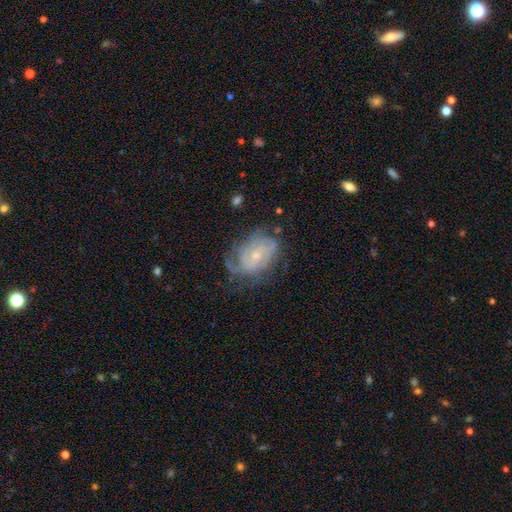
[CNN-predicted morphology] A featured or disk galaxy (78%) with no bar (64%), tight (59%) spiral arms (89%) and a small central bulge (63%).

Vote fractions:
- Smooth or featured? featured or disk: 78% / smooth: 15% / star or artifact: 7%
- Edge-on disk? no: 97% / yes: 3%
- Bar? no: 64% / weak: 31% / strong: 5%
- Spiral arms? yes: 89% / no: 11%
- Spiral winding? tight: 59% / medium: 31% / loose: 10%
- Spiral arm count? can't tell: 44% / 2: 24% / 3: 15% / 4: 8% / 1: 5% / more than 4: 4%
- Bulge size? small: 63% / moderate: 32% / none: 3% / large: 1% / dominant: 1%
- Merging? none: 61% / minor disturbance: 24% / major disturbance: 13% / merger: 2%